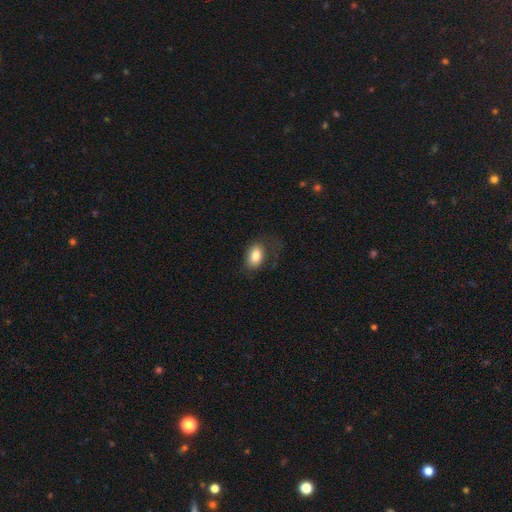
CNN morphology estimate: Smooth or featured? Predicted: smooth (p=0.82). How rounded? Predicted: in between (p=0.86). Merging? Predicted: none (p=0.64).